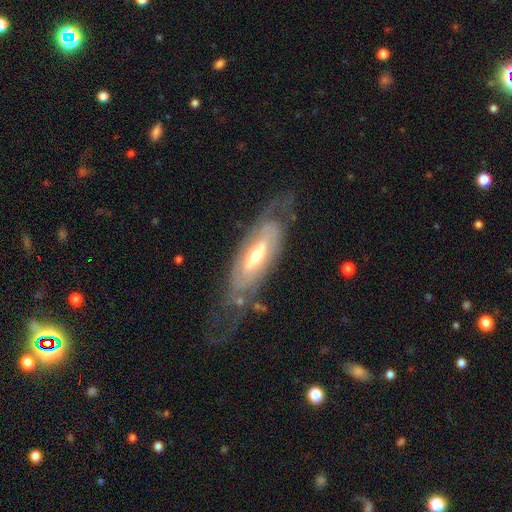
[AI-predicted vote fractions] A featured or disk galaxy (77%) with no bar (44%), spiral arms (71%) and a moderate central bulge (66%).

Vote fractions:
- Smooth or featured? featured or disk: 77% / smooth: 18% / star or artifact: 5%
- Edge-on disk? no: 80% / yes: 20%
- Bar? no: 44% / weak: 33% / strong: 23%
- Spiral arms? yes: 71% / no: 29%
- Bulge size? moderate: 66% / small: 23% / large: 8% / dominant: 1% / none: 1%
- Merging? none: 59% / minor disturbance: 20% / major disturbance: 18% / merger: 2%